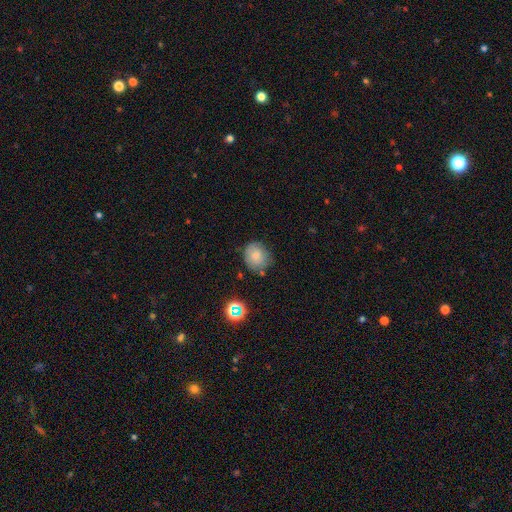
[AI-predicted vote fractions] Smooth or featured?
  - smooth: 74% *
  - featured or disk: 14%
  - star or artifact: 12%
How rounded?
  - round: 72% *
  - in between: 27%
  - cigar-shaped: 1%
Merging?
  - none: 69% *
  - minor disturbance: 22%
  - major disturbance: 5%
  - merger: 4%